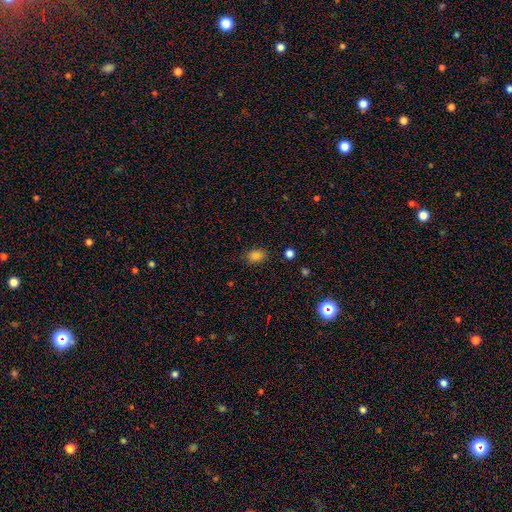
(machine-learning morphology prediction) smooth 83%, star or artifact 12%, featured or disk 5%. Down the decision tree: how rounded — in between (76%); merging — none (83%).